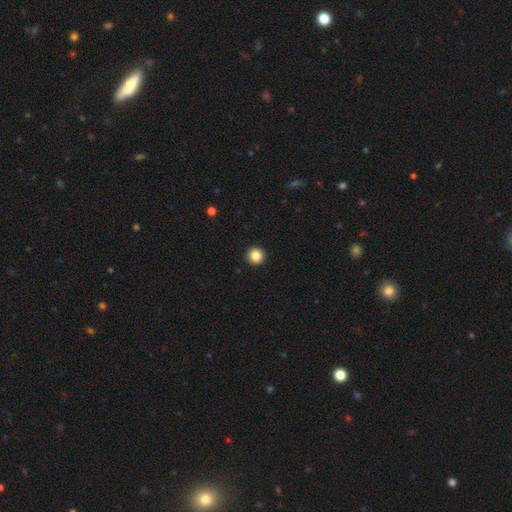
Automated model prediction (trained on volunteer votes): smooth_or_featured: smooth (p=0.86) [alt: star or artifact p=0.10]
how_rounded: round (p=0.96) [alt: in between p=0.03]
merging: none (p=0.94) [alt: minor disturbance p=0.04]